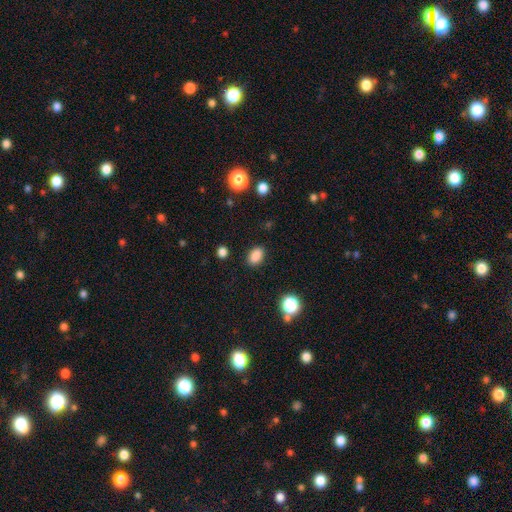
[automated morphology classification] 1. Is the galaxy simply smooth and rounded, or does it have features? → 86% smooth, 11% star or artifact, 4% featured or disk.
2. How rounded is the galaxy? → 79% in between, 19% round, 1% cigar-shaped.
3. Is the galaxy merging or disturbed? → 88% none, 8% minor disturbance, 3% major disturbance, 1% merger.